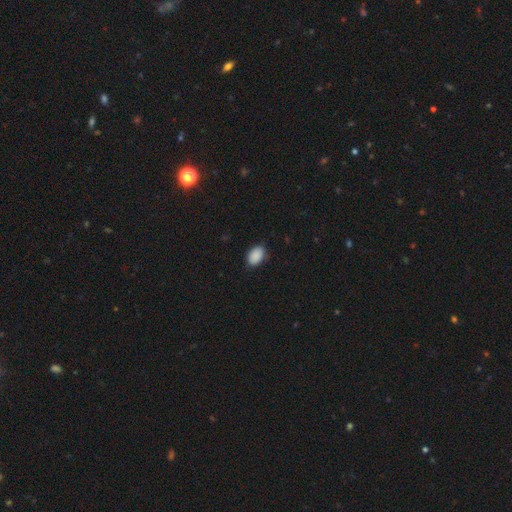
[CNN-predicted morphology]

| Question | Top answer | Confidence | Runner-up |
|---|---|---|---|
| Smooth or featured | smooth | 90% | star or artifact (7%) |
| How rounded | in between | 86% | round (13%) |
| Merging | none | 85% | minor disturbance (12%) |